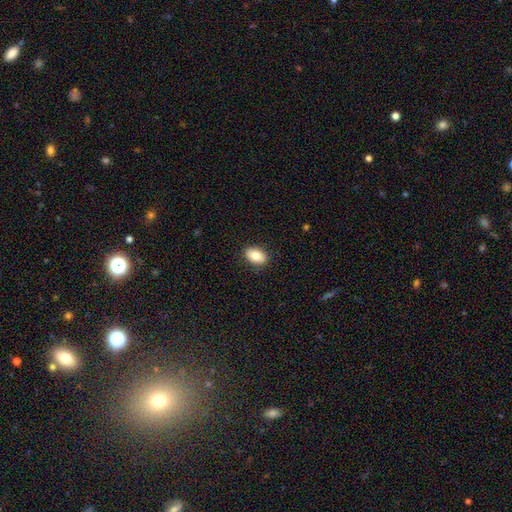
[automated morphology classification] smooth_or_featured: smooth (p=0.82) [alt: featured or disk p=0.10]
how_rounded: in between (p=0.88) [alt: round p=0.11]
merging: none (p=0.88) [alt: minor disturbance p=0.09]